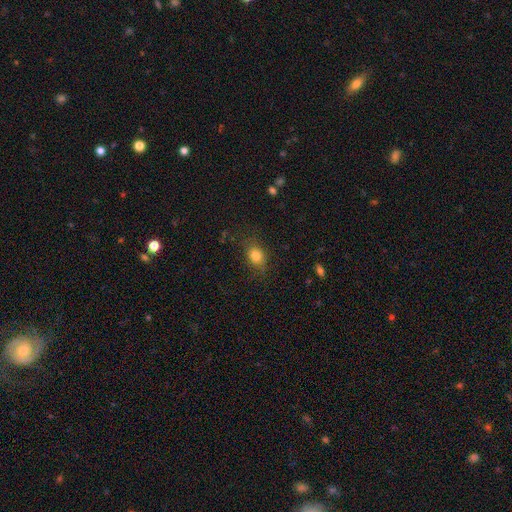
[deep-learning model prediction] Smooth or featured? Predicted: smooth (p=0.82). How rounded? Predicted: in between (p=0.53). Merging? Predicted: none (p=0.77).